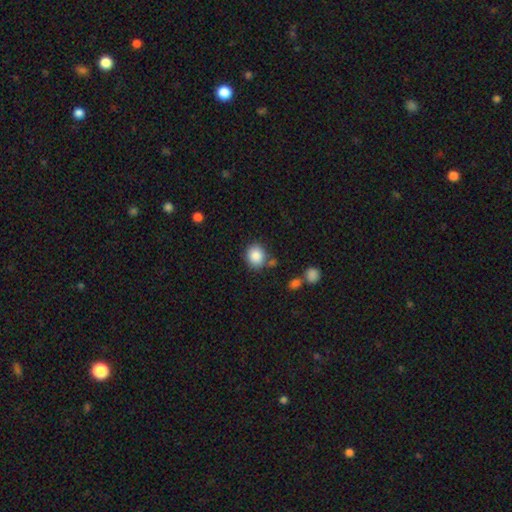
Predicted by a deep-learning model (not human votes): Smooth or featured? smooth (87%)
How rounded? round (66%)
Merging? none (77%)